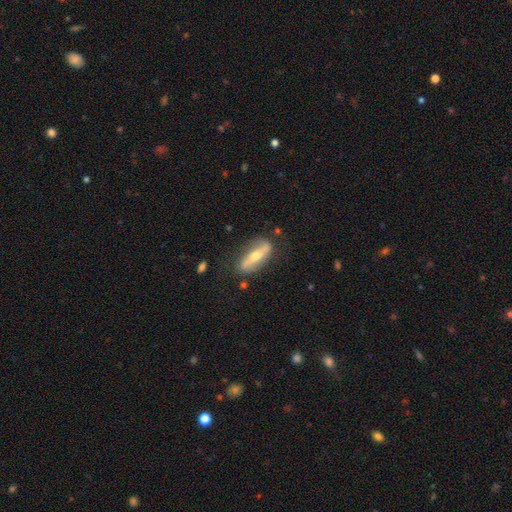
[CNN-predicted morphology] smooth-or-featured: featured or disk: 65% | smooth: 30% | star or artifact: 6%
  disk-edge-on: no: 67% | yes: 33%
  merging: none: 75% | minor disturbance: 17% | major disturbance: 6% | merger: 2%